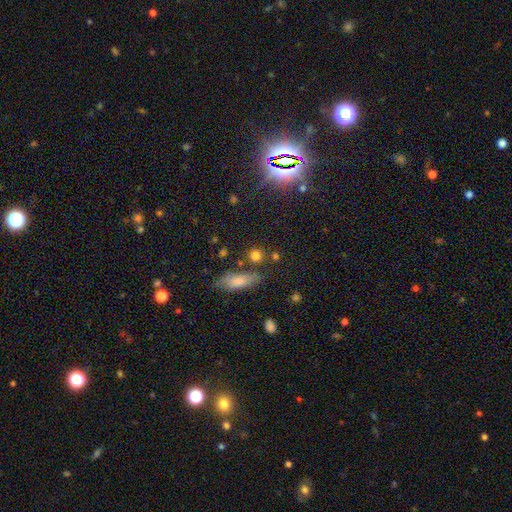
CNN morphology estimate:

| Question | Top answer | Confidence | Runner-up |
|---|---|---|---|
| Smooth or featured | smooth | 79% | star or artifact (14%) |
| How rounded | round | 79% | in between (16%) |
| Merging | none | 77% | minor disturbance (11%) |